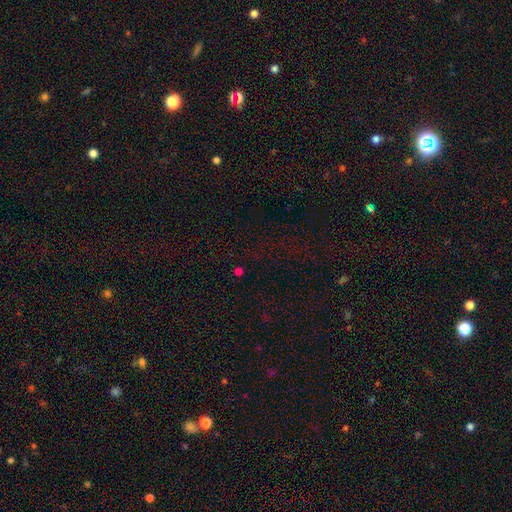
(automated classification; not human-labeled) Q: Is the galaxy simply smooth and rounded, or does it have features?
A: star or artifact — 54%.